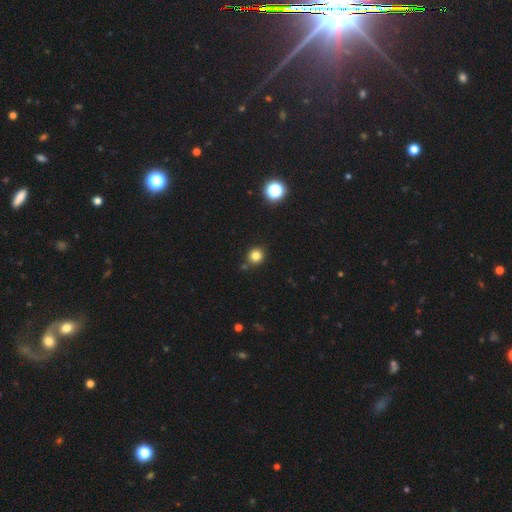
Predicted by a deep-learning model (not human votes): smooth-or-featured: smooth: 81% | star or artifact: 14% | featured or disk: 6%
  how-rounded: round: 89% | in between: 10% | cigar-shaped: 1%
  merging: none: 80% | minor disturbance: 10% | merger: 7% | major disturbance: 3%